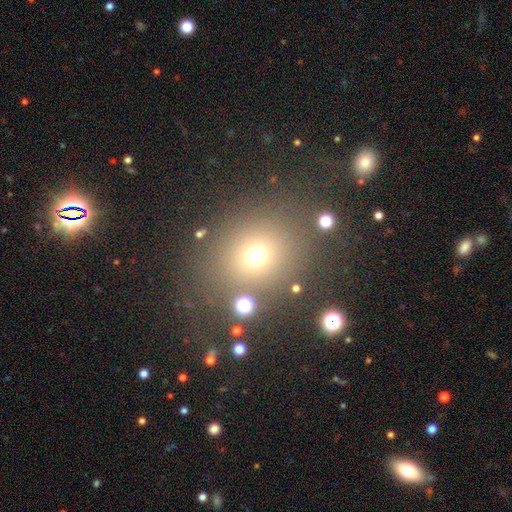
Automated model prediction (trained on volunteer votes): A smooth galaxy with no disk features (64%) that is round (75%). Merging: none (81%).